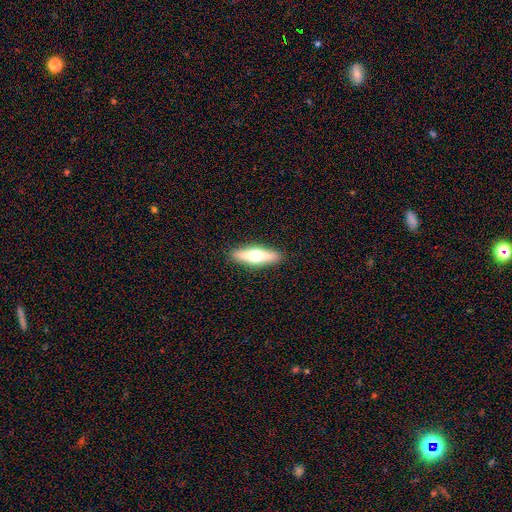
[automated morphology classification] This appears to be a featured or disk galaxy (51%) viewed edge-on (93%). Merging: none (90%).